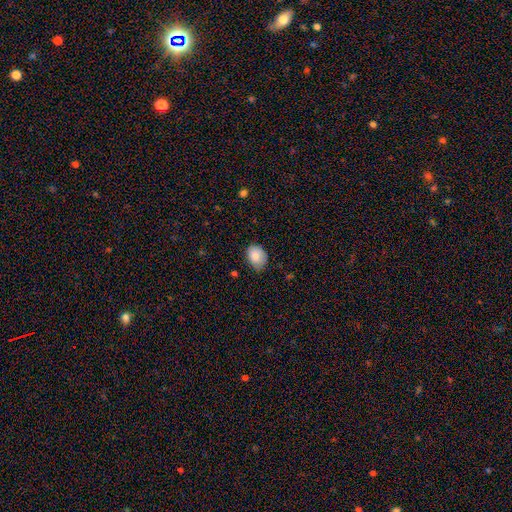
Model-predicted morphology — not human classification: Overall: smooth (84%). How rounded: in between (69%; round 30%). Merging: none (65%; minor disturbance 29%).